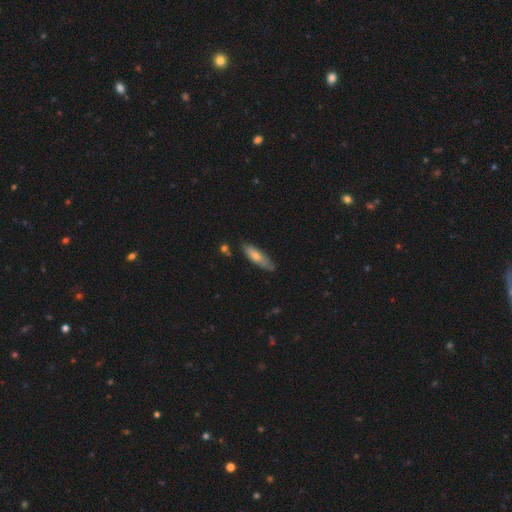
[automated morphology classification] type=smooth (65%); roundness=cigar-shaped (56%); merging=none (72%).